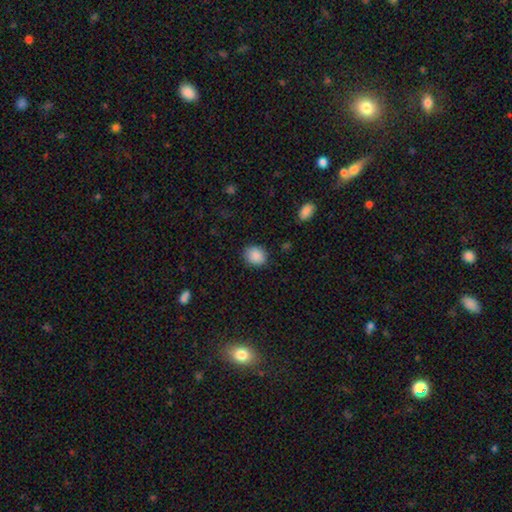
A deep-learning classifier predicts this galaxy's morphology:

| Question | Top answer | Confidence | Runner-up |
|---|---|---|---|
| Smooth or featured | smooth | 89% | star or artifact (8%) |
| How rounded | round | 64% | in between (36%) |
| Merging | none | 86% | minor disturbance (10%) |